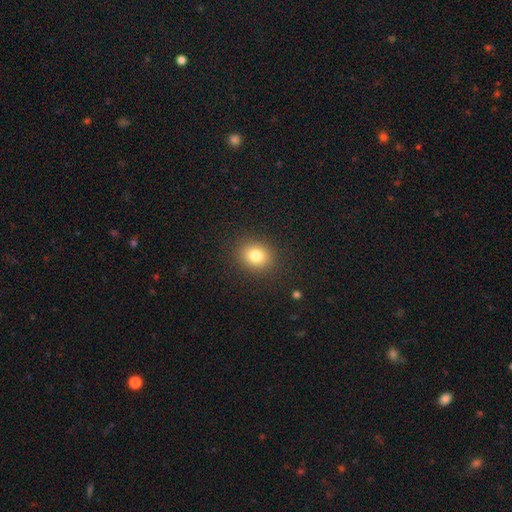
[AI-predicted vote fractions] smooth-or-featured: smooth: 80% | star or artifact: 12% | featured or disk: 8%
  how-rounded: round: 63% | in between: 36% | cigar-shaped: 1%
  merging: none: 89% | minor disturbance: 7% | major disturbance: 3% | merger: 1%